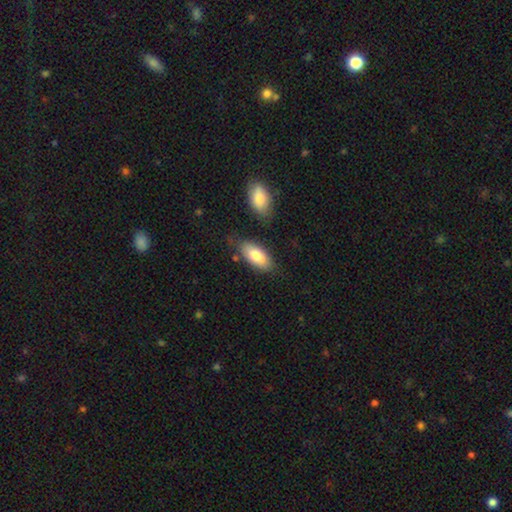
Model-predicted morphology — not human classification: The model was most divided on "merging": none: 73%, minor disturbance: 16%, merger: 7%, major disturbance: 4%. More confident: how rounded — in between (88%); smooth or featured — smooth (79%).